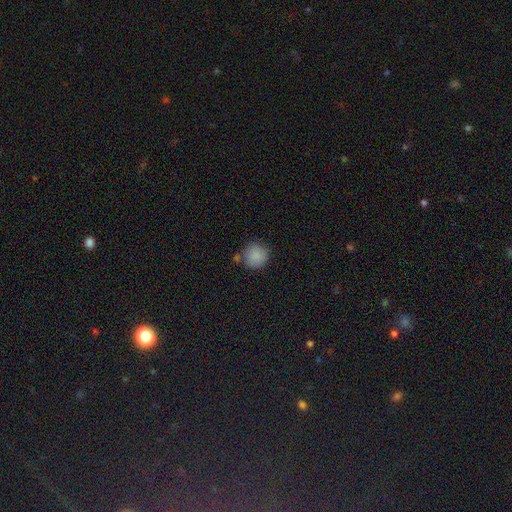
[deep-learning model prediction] This is clearly a smooth galaxy (87%). How rounded: clearly round (91%). Merging: likely none (72%).